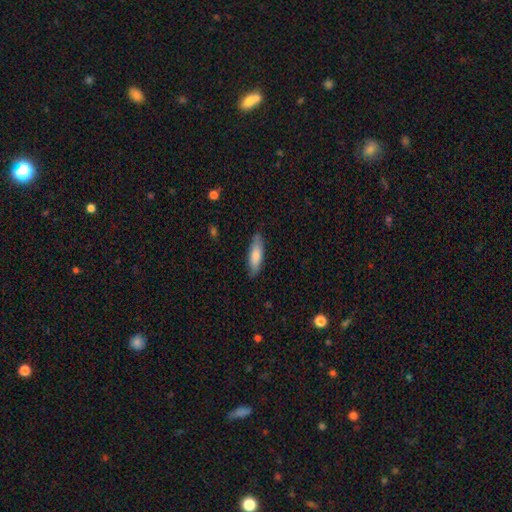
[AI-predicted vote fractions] Smooth or featured? Predicted: smooth (p=0.78). How rounded? Predicted: cigar-shaped (p=0.56). Merging? Predicted: none (p=0.85).